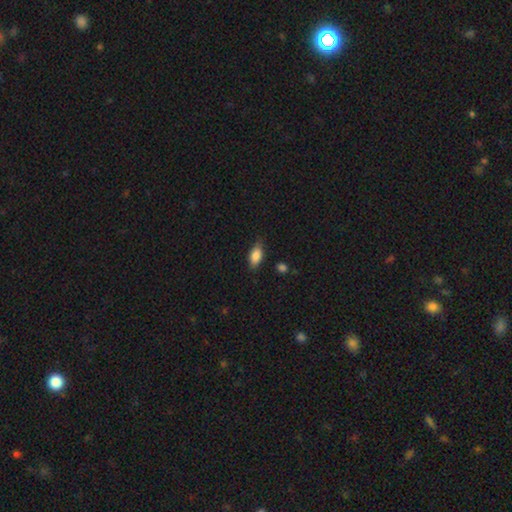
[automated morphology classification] Q: Smooth or featured?
A: smooth (84%); runner-up: featured or disk (9%)
Q: How rounded?
A: in between (89%); runner-up: cigar-shaped (7%)
Q: Merging?
A: none (73%); runner-up: minor disturbance (21%)